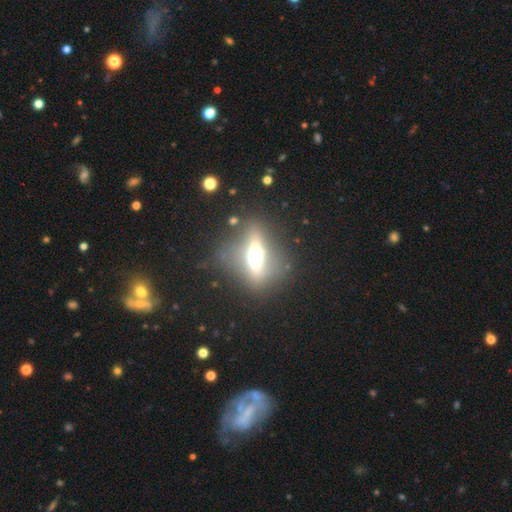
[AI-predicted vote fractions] This appears to be a featured or disk galaxy (49%). Merging: none (70%).